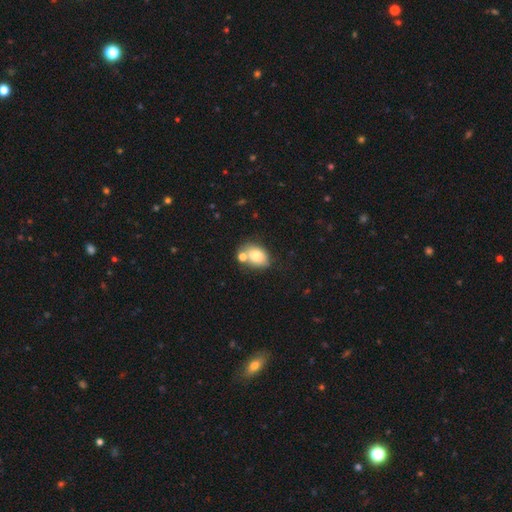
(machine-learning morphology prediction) This appears to be a smooth galaxy with no disk features (74%) that is in between round and cigar-shaped (69%). Merging: none (51%).